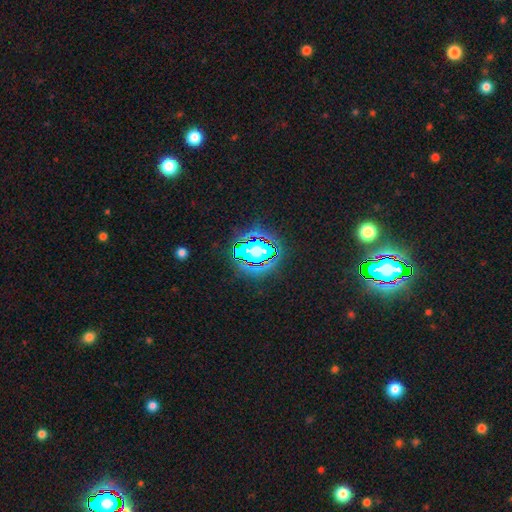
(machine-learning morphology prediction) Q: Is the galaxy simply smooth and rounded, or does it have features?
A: star or artifact — 78%.